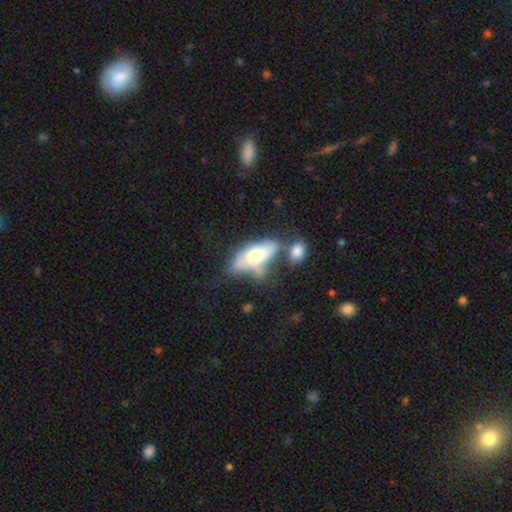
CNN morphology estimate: type=smooth (59%); roundness=in between (83%); merging=merger (34%).